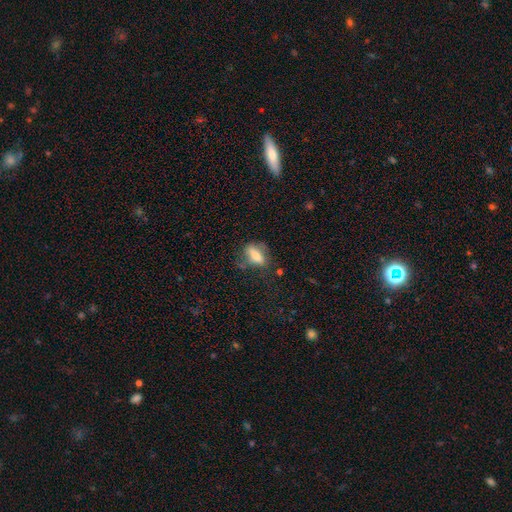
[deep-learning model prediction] Smooth or featured?
  - smooth: 67% *
  - featured or disk: 24%
  - star or artifact: 10%
How rounded?
  - in between: 68% *
  - cigar-shaped: 24%
  - round: 8%
Merging?
  - none: 55% *
  - minor disturbance: 25%
  - major disturbance: 15%
  - merger: 4%